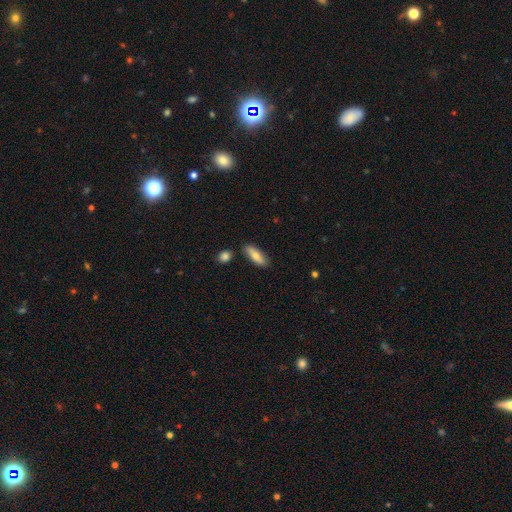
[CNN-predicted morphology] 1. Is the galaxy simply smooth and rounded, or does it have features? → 71% smooth, 22% featured or disk, 6% star or artifact.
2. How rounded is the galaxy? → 60% in between, 38% cigar-shaped, 3% round.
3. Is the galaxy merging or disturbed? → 81% none, 12% minor disturbance, 5% merger, 2% major disturbance.